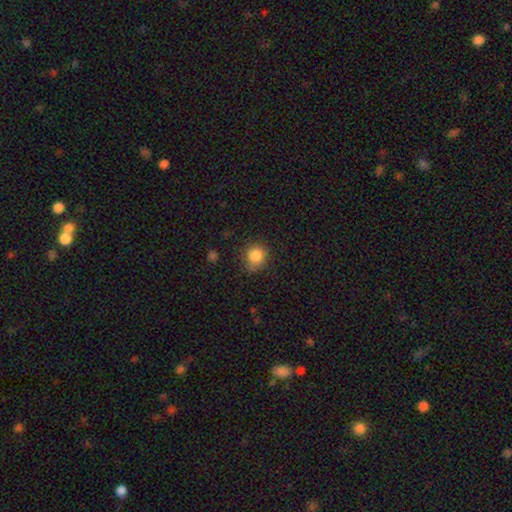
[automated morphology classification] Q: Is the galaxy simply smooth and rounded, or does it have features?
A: smooth — 85%.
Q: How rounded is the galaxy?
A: round — 84%.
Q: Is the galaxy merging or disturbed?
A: none — 75%.